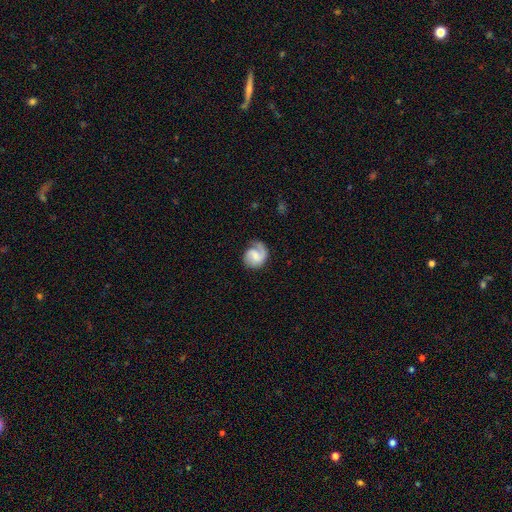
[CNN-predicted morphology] Smooth or featured: featured or disk — 70% (smooth — 23%)
Edge-on disk: no — 98% (yes — 2%)
Bar: weak — 51% (no — 36%)
Spiral arms: yes — 94% (no — 6%)
Spiral winding: medium — 44% (tight — 34%)
Spiral arm count: 2 — 53% (1 — 39%)
Bulge size: small — 41% (moderate — 35%)
Merging: none — 66% (minor disturbance — 21%)